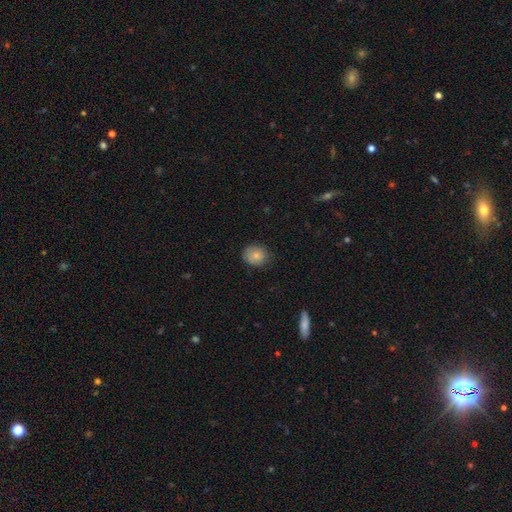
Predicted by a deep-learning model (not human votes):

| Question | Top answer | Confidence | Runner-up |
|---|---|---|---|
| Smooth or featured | smooth | 80% | featured or disk (11%) |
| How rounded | round | 74% | in between (25%) |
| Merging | none | 77% | minor disturbance (18%) |